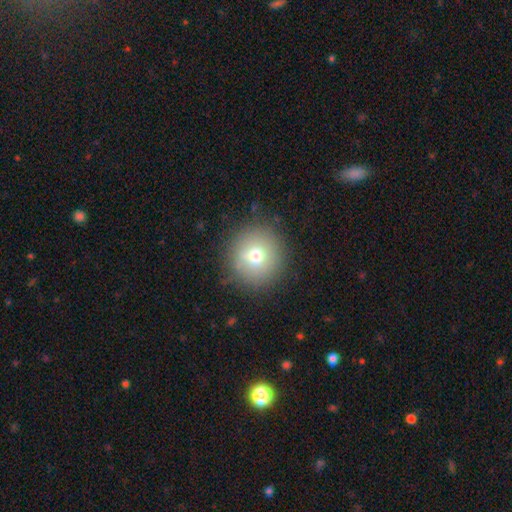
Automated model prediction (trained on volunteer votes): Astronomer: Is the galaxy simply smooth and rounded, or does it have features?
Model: smooth — 71%.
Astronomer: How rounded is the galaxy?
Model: round — 93%.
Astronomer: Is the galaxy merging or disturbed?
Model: none — 85%.